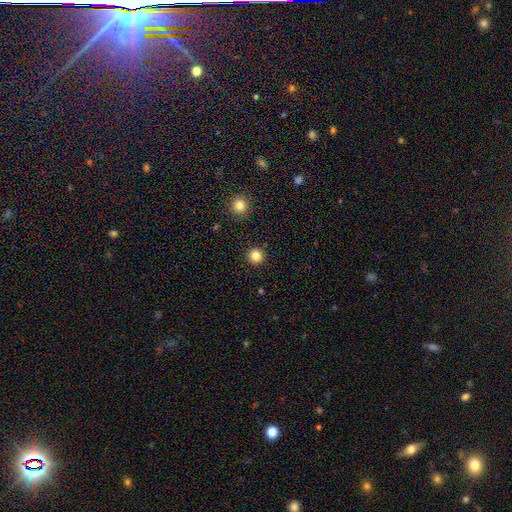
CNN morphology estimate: Overall: smooth (83%). How rounded: round (96%). Merging: none (93%).